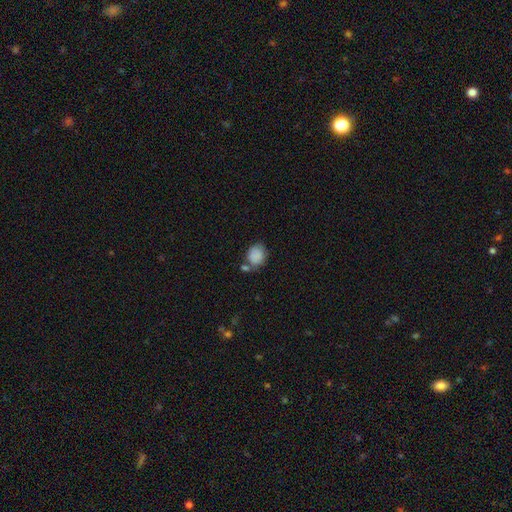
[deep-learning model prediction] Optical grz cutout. It shows a smooth galaxy with no disk features (82%) that is round (59%). Merging: none (49%).